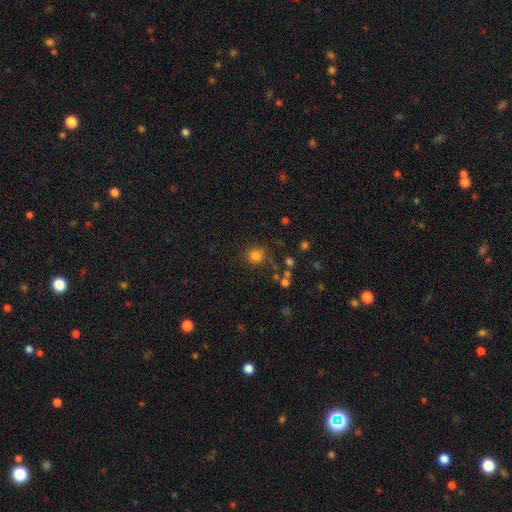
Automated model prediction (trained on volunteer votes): Q: Smooth or featured?
A: smooth (81%); runner-up: star or artifact (14%)
Q: How rounded?
A: round (91%); runner-up: in between (9%)
Q: Merging?
A: none (78%); runner-up: minor disturbance (11%)